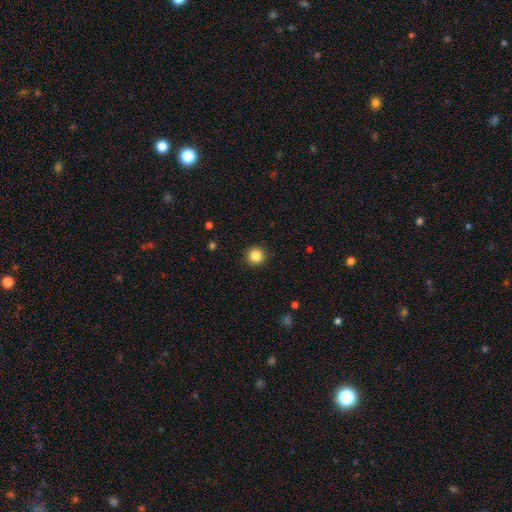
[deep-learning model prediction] smooth-or-featured: smooth: 85% | star or artifact: 10% | featured or disk: 4%
  how-rounded: round: 95% | in between: 4% | cigar-shaped: 1%
  merging: none: 92% | minor disturbance: 5% | major disturbance: 2% | merger: 1%